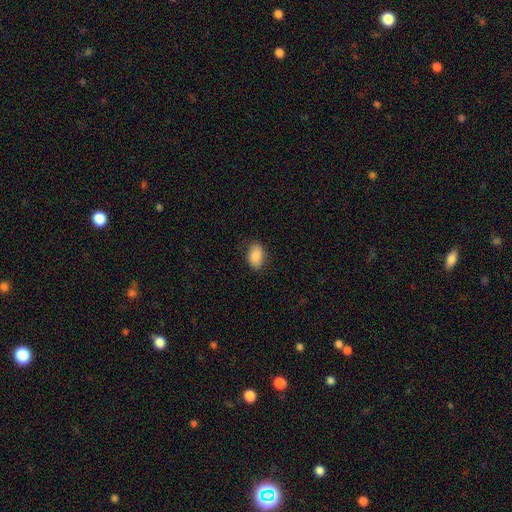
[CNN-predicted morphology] smooth-or-featured: smooth: 88% | star or artifact: 7% | featured or disk: 5%
  how-rounded: in between: 87% | round: 11% | cigar-shaped: 1%
  merging: none: 83% | minor disturbance: 13% | major disturbance: 3% | merger: 1%